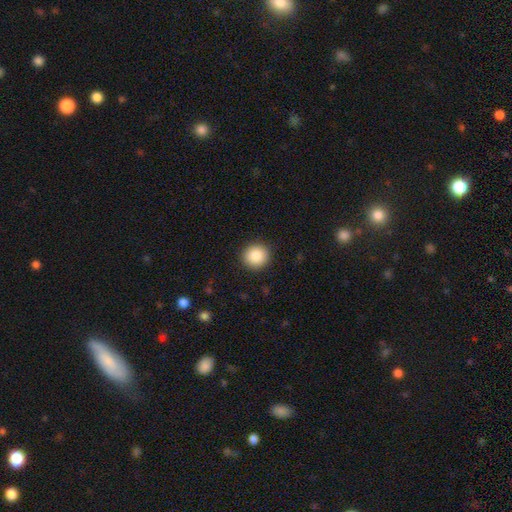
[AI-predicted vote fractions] smooth-or-featured: smooth: 86% | star or artifact: 9% | featured or disk: 5%
  how-rounded: round: 91% | in between: 8% | cigar-shaped: 1%
  merging: none: 92% | minor disturbance: 6% | major disturbance: 2% | merger: 1%